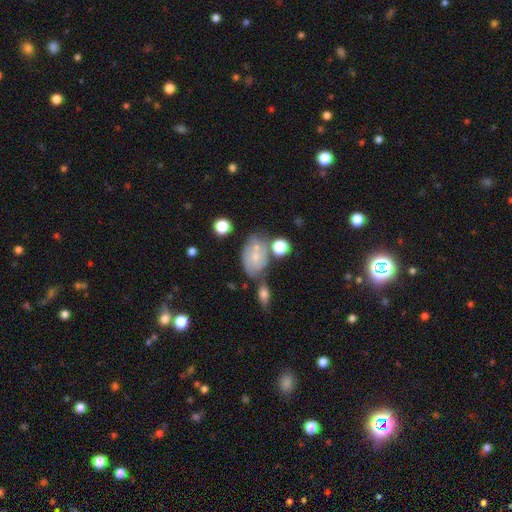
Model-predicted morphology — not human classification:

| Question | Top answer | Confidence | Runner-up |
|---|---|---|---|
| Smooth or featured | smooth | 46% | featured or disk (44%) |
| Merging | none | 44% | minor disturbance (24%) |